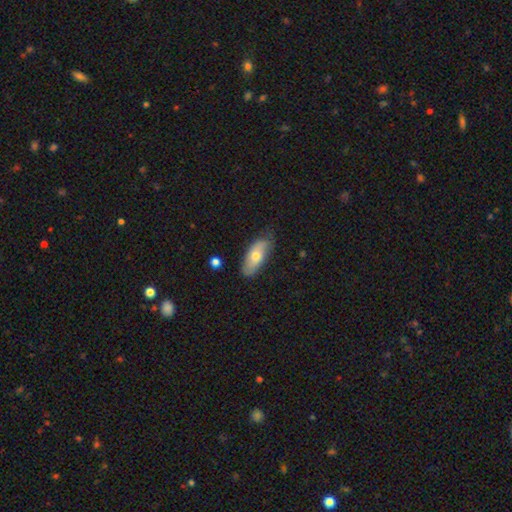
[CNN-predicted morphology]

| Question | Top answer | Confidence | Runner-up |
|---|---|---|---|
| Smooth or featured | smooth | 61% | featured or disk (33%) |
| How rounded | in between | 83% | cigar-shaped (14%) |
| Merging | none | 73% | minor disturbance (21%) |